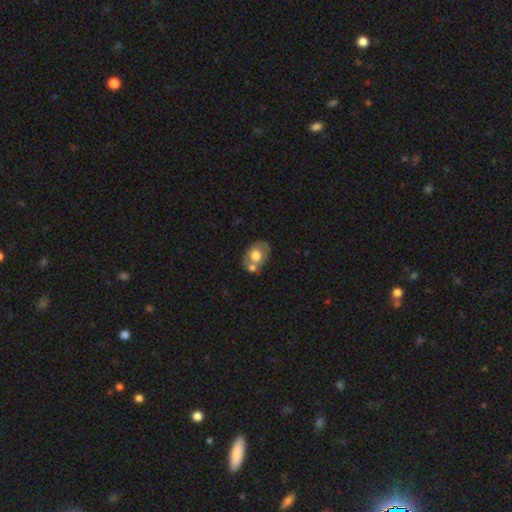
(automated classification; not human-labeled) Morphology: type=smooth (59%); roundness=in between (68%); merging=none (42%).